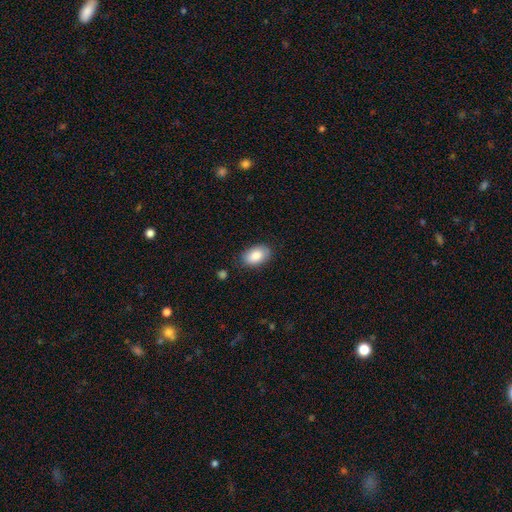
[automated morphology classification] Q: Smooth or featured?
A: smooth (86%); runner-up: featured or disk (7%)
Q: How rounded?
A: in between (91%); runner-up: round (8%)
Q: Merging?
A: none (83%); runner-up: minor disturbance (13%)